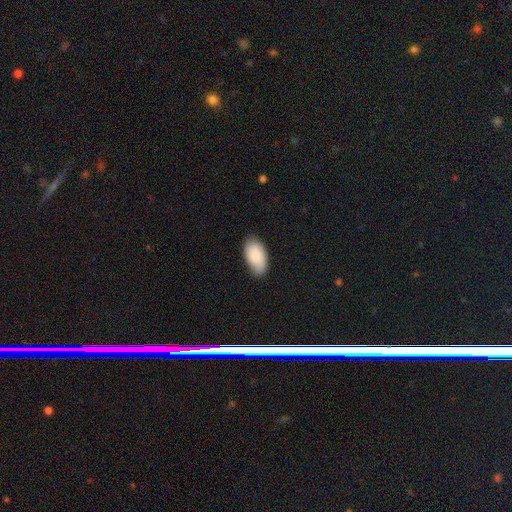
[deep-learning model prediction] smooth-or-featured: smooth: 85% | featured or disk: 9% | star or artifact: 6%
  how-rounded: in between: 95% | round: 3% | cigar-shaped: 2%
  merging: none: 77% | minor disturbance: 19% | major disturbance: 3% | merger: 1%